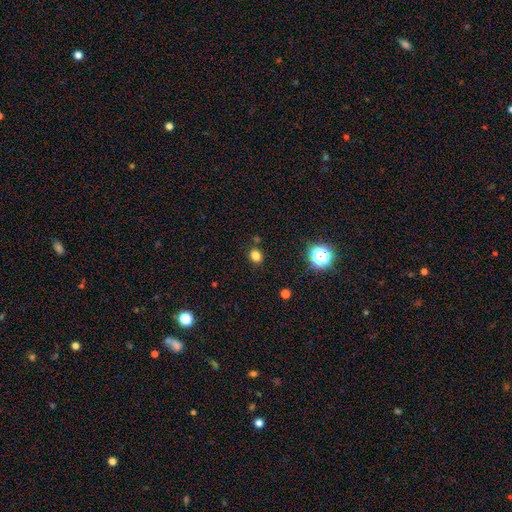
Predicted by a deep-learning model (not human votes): A smooth galaxy with no disk features (79%) that is round (63%).

Vote fractions:
- Smooth or featured? smooth: 79% / star or artifact: 16% / featured or disk: 5%
- How rounded? round: 63% / in between: 36% / cigar-shaped: 1%
- Merging? none: 83% / minor disturbance: 9% / merger: 5% / major disturbance: 3%